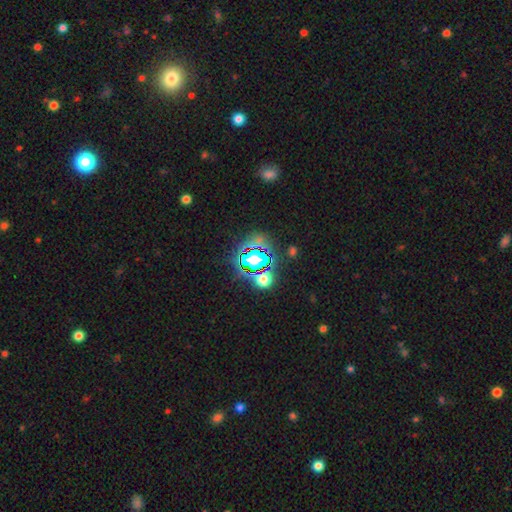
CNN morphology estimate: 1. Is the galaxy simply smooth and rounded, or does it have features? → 79% star or artifact, 12% smooth, 9% featured or disk.